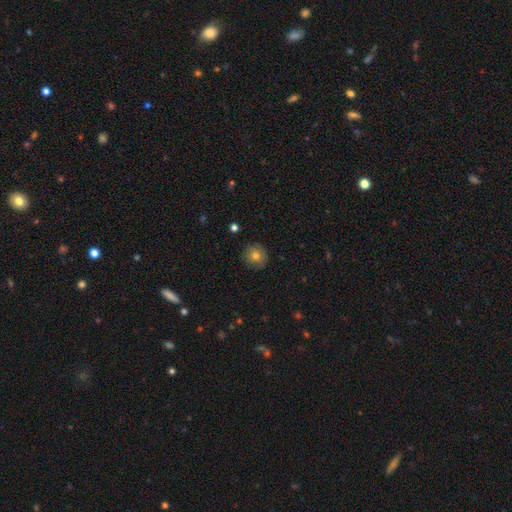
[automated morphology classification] type=smooth (76%); roundness=round (94%); merging=none (89%).